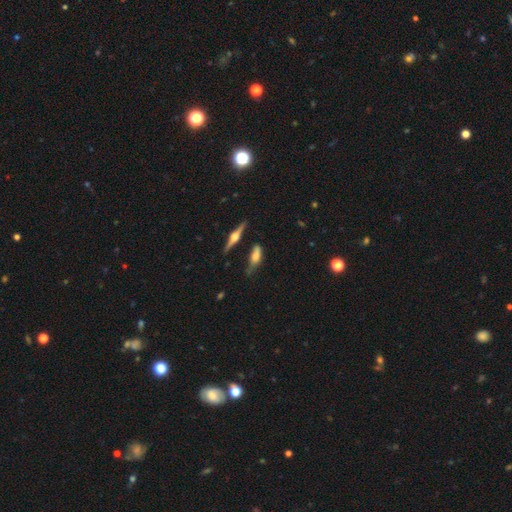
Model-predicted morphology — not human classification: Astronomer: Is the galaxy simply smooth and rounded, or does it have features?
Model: featured or disk — 47% (runner-up: smooth, 44%).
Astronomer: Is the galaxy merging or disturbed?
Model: none — 56%.